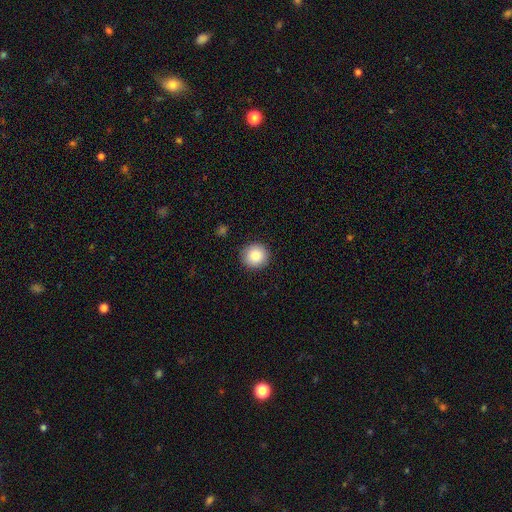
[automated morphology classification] smooth_or_featured: smooth (p=0.86) [alt: star or artifact p=0.08]
how_rounded: round (p=0.93) [alt: in between p=0.06]
merging: none (p=0.91) [alt: minor disturbance p=0.06]